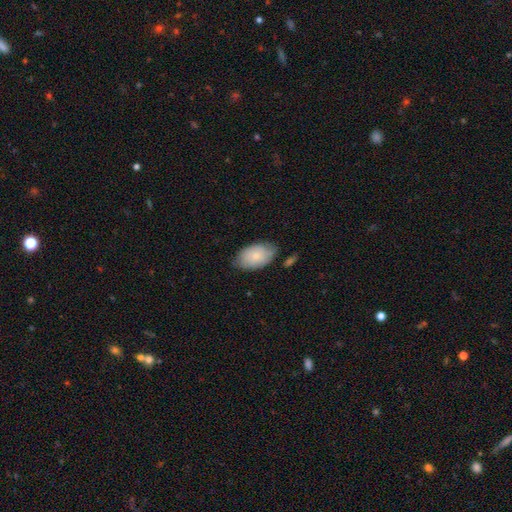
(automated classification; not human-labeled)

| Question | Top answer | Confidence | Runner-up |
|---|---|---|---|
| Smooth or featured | smooth | 78% | featured or disk (16%) |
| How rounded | in between | 93% | round (6%) |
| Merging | none | 71% | minor disturbance (22%) |